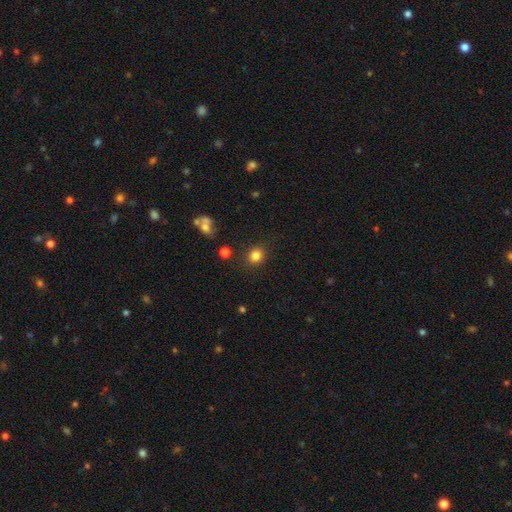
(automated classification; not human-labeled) smooth 83%, star or artifact 12%, featured or disk 5%. Down the decision tree: how rounded — round (79%); merging — none (85%).